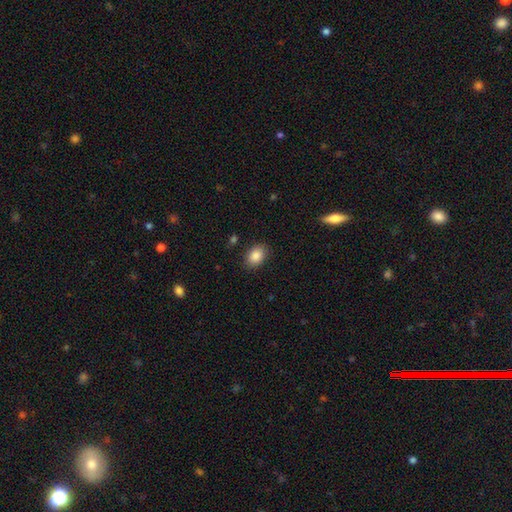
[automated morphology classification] The model was most divided on "how rounded": in between: 74%, round: 25%, cigar-shaped: 1%. More confident: smooth or featured — smooth (87%); merging — none (86%).